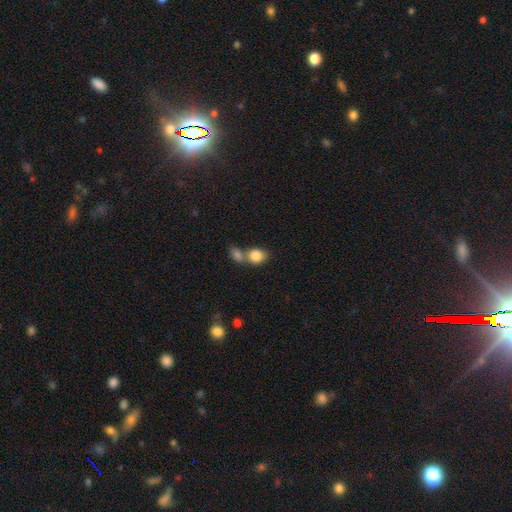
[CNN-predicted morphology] smooth 85%, star or artifact 8%, featured or disk 7%. Down the decision tree: how rounded — round (52%); merging — merger (52%).